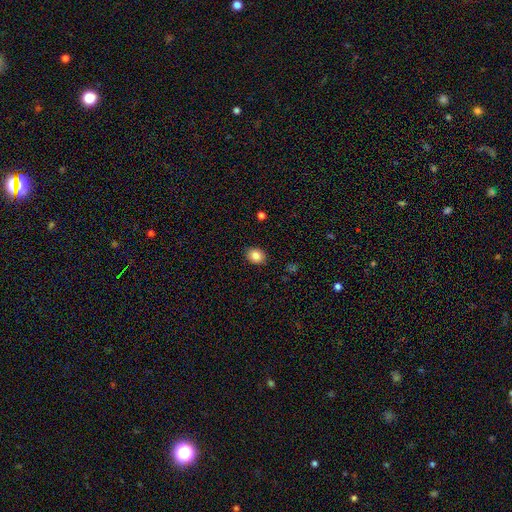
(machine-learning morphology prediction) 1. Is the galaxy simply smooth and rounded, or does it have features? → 86% smooth, 9% star or artifact, 6% featured or disk.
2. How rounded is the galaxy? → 54% in between, 45% round, 1% cigar-shaped.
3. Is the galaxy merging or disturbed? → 88% none, 9% minor disturbance, 2% major disturbance, 1% merger.